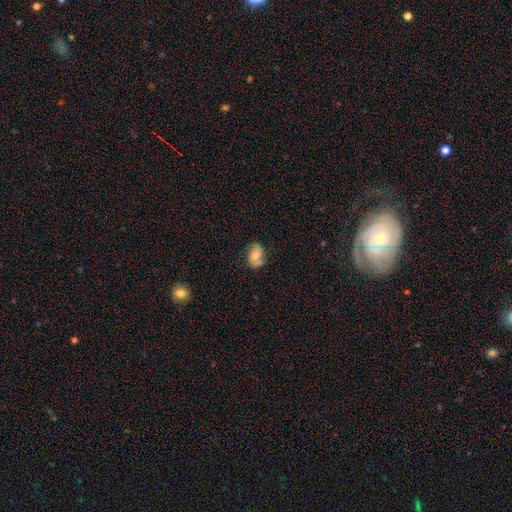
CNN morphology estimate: Smooth or featured: smooth — 53% (featured or disk — 38%)
How rounded: in between — 73% (round — 25%)
Merging: none — 68% (minor disturbance — 22%)